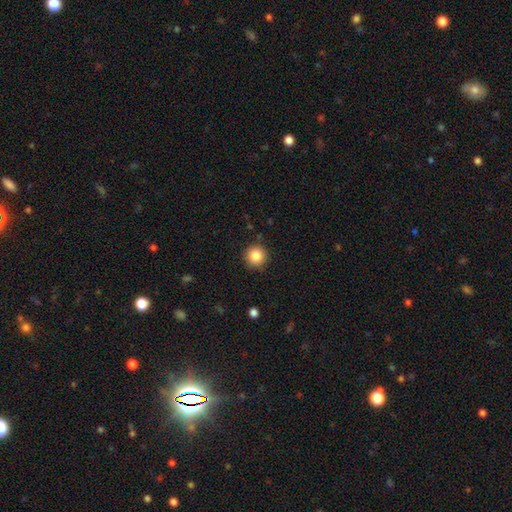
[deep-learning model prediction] The model was most divided on "smooth or featured": smooth: 85%, star or artifact: 10%, featured or disk: 5%. More confident: how rounded — round (95%); merging — none (90%).